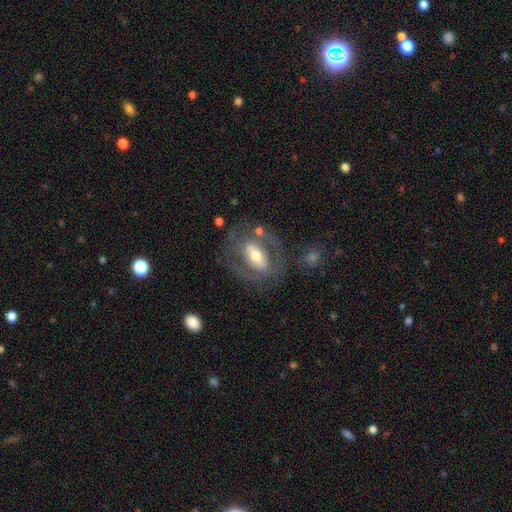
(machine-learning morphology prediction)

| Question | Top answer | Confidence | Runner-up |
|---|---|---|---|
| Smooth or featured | featured or disk | 69% | smooth (25%) |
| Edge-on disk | no | 90% | yes (10%) |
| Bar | strong | 48% | weak (27%) |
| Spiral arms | yes | 52% | no (48%) |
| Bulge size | moderate | 62% | small (23%) |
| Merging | none | 66% | minor disturbance (16%) |